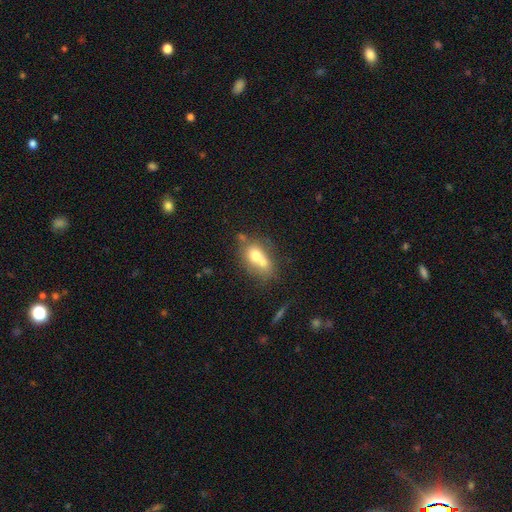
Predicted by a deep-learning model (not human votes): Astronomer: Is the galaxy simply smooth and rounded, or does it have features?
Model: smooth — 65%.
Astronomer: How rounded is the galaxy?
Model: in between — 63%.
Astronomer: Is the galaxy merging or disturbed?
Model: merger — 57%.